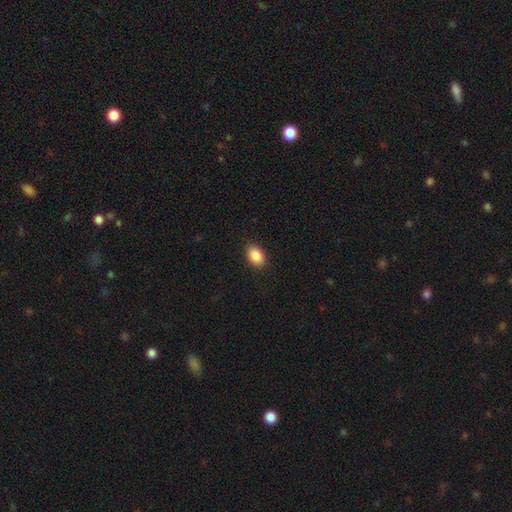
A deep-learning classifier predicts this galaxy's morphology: Smooth or featured? Predicted: smooth (p=0.88). How rounded? Predicted: in between (p=0.87). Merging? Predicted: none (p=0.89).